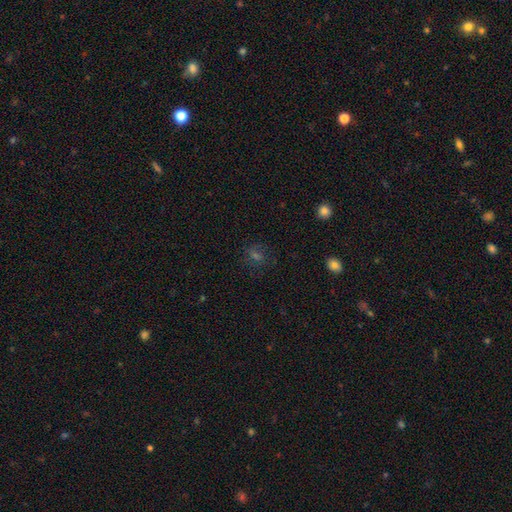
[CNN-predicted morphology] Overall: smooth (45%; star or artifact 37%). Merging: none (81%).